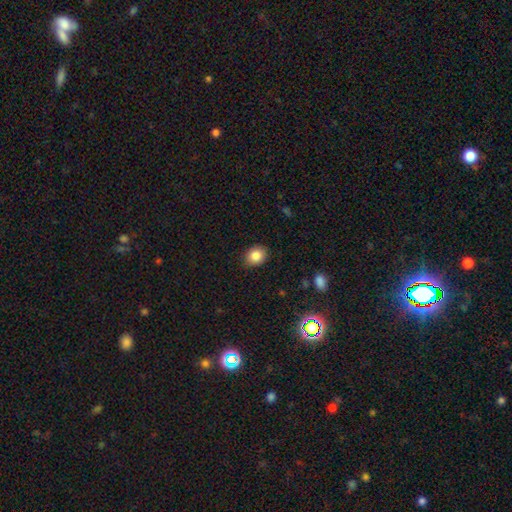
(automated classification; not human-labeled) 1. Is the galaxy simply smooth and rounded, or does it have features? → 84% smooth, 10% star or artifact, 6% featured or disk.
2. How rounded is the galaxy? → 56% round, 44% in between, 1% cigar-shaped.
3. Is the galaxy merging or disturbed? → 86% none, 11% minor disturbance, 2% major disturbance, 1% merger.